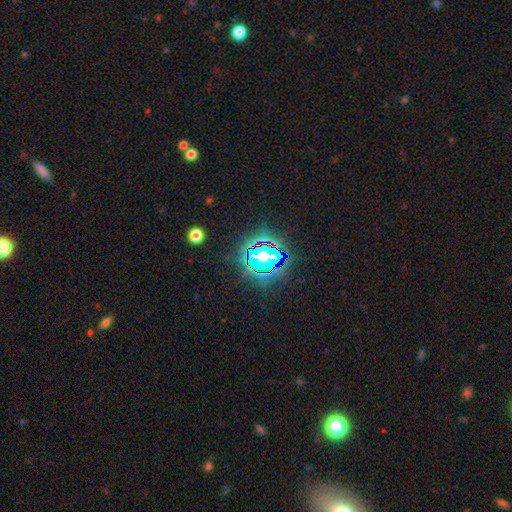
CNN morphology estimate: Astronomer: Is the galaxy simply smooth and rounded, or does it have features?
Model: star or artifact — 82%.